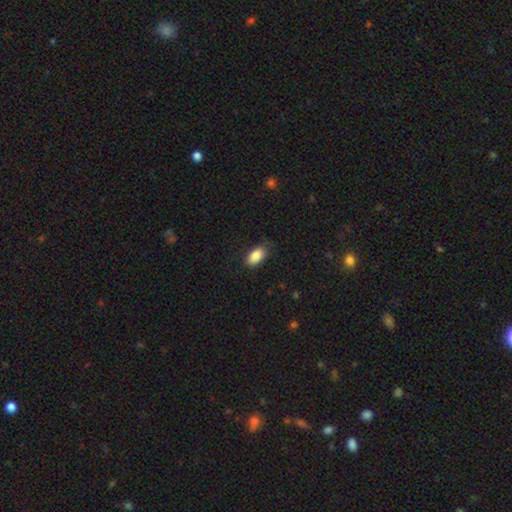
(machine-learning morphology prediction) Overall: smooth (87%). How rounded: in between (92%). Merging: none (80%).